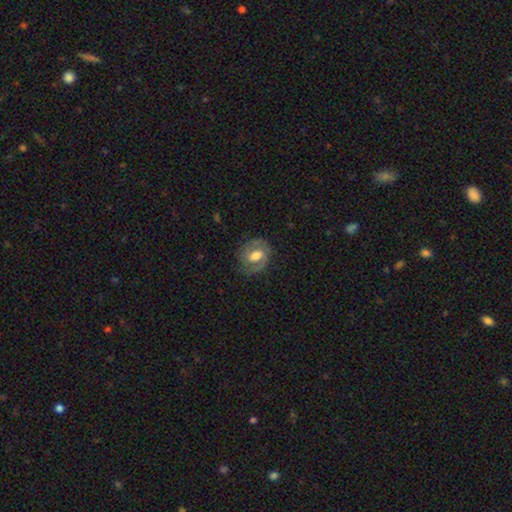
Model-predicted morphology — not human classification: This is likely a featured or disk galaxy (62%). It is clearly not viewed edge-on (96%). Bar: possibly weak (49%). Spiral arm pattern: clearly yes (81%). Central bulge: possibly moderate (58%). Merging: likely none (71%).